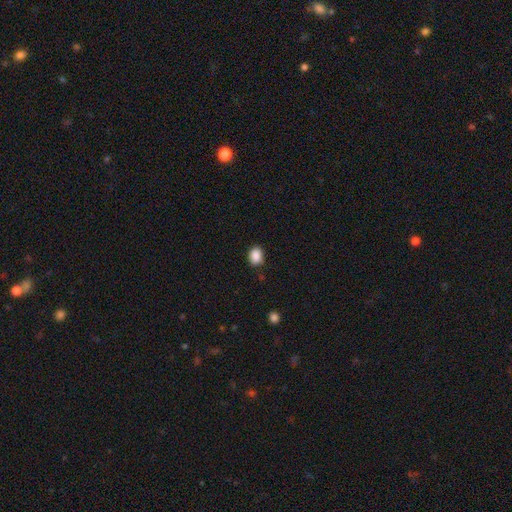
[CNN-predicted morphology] smooth 89%, star or artifact 9%, featured or disk 3%. Down the decision tree: how rounded — in between (59%); merging — none (85%).